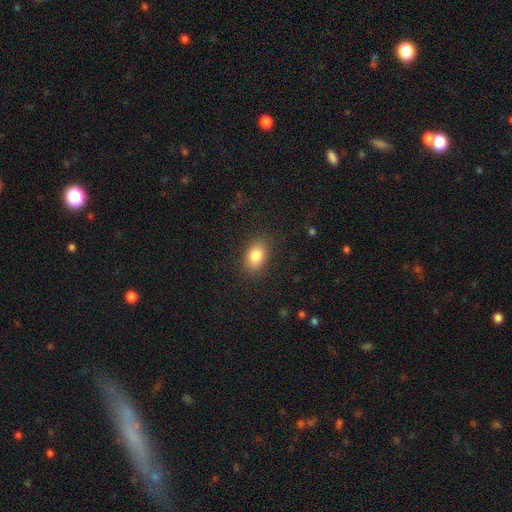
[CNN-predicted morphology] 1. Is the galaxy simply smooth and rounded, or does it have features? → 84% smooth, 9% star or artifact, 8% featured or disk.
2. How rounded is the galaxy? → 82% in between, 17% round, 2% cigar-shaped.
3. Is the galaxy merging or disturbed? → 85% none, 10% minor disturbance, 3% major disturbance, 1% merger.